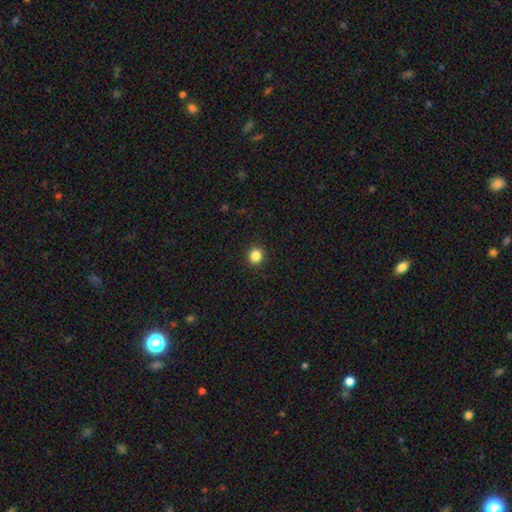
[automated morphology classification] The model was most divided on "smooth or featured": smooth: 85%, star or artifact: 11%, featured or disk: 4%. More confident: merging — none (93%); how rounded — round (90%).